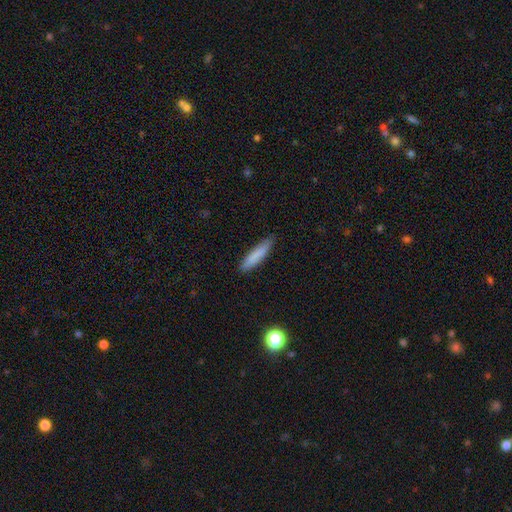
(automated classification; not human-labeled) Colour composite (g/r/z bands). It shows a smooth galaxy with no disk features (82%) that is cigar-shaped (85%). Merging: none (85%).